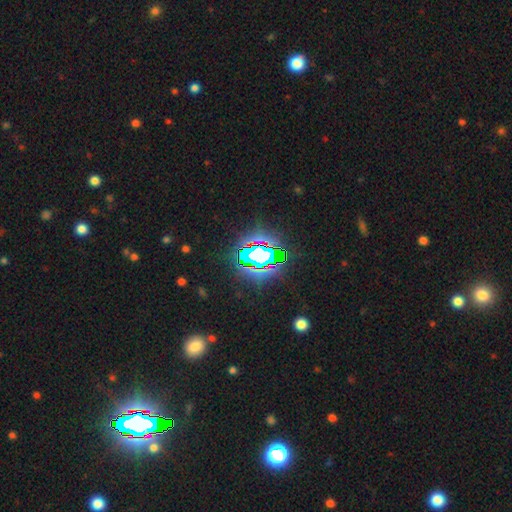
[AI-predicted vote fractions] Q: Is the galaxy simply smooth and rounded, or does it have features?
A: star or artifact — 74%.